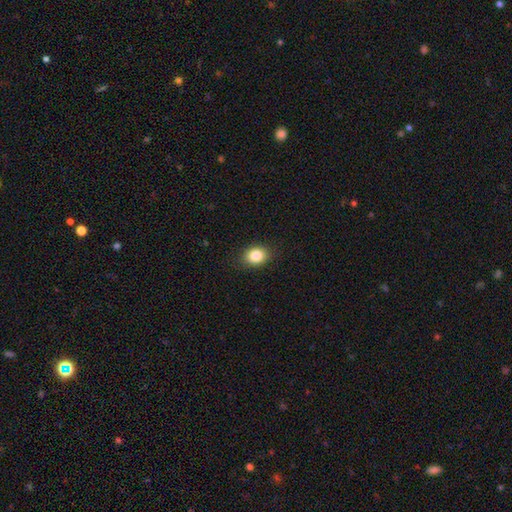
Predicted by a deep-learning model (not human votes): This is clearly a smooth galaxy (85%). How rounded: possibly in between (52%). Merging: clearly none (88%).